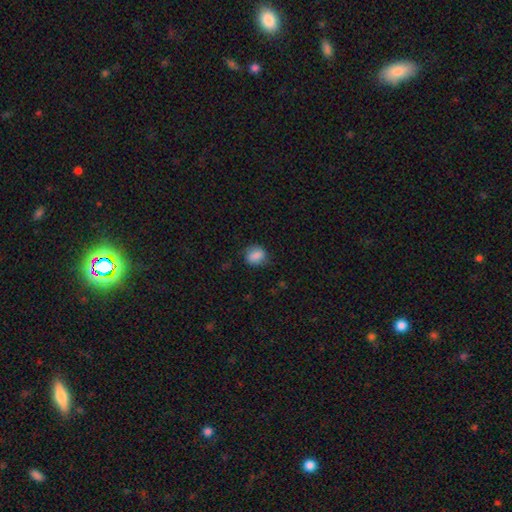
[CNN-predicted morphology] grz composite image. It shows a smooth galaxy with no disk features (86%) that is round (57%). Merging: none (74%).